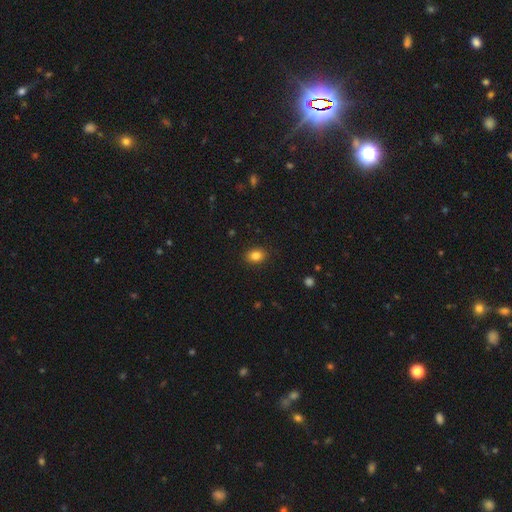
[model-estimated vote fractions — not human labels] A smooth galaxy with no disk features (85%) that is in between round and cigar-shaped (64%).

Vote fractions:
- Smooth or featured? smooth: 85% / star or artifact: 10% / featured or disk: 5%
- How rounded? in between: 64% / round: 35% / cigar-shaped: 1%
- Merging? none: 89% / minor disturbance: 7% / major disturbance: 2% / merger: 1%